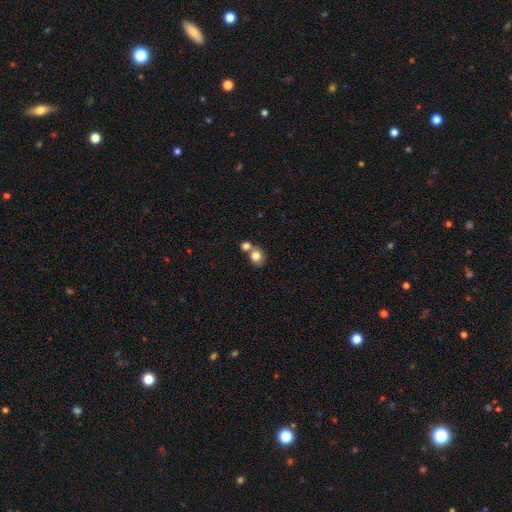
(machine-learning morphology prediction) A smooth galaxy with no disk features (81%) that is round (72%). Merging: merger (48%).